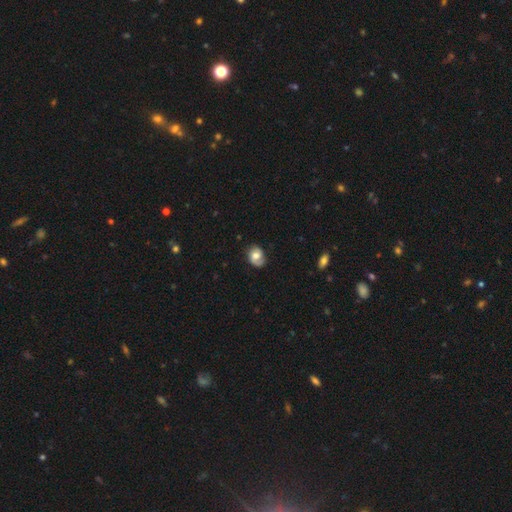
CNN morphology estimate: This is possibly a featured or disk galaxy (50%). Merging: likely none (63%).